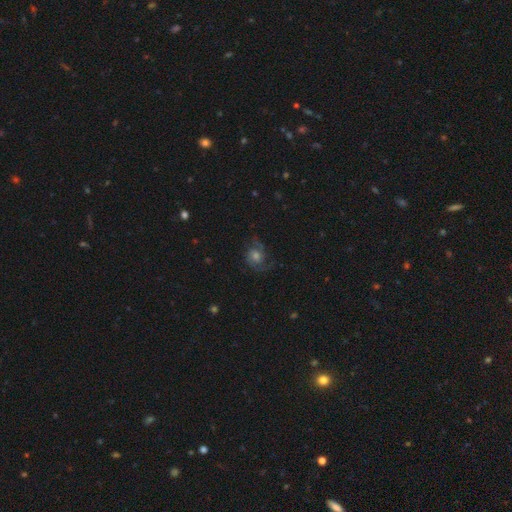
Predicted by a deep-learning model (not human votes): The model was most divided on "spiral winding": medium: 49%, tight: 28%, loose: 23%. More confident: edge-on disk — no (97%); spiral arms — yes (93%); bar — no (73%); merging — none (68%); smooth or featured — featured or disk (67%); spiral arm count — 2 (64%); bulge size — moderate (56%).